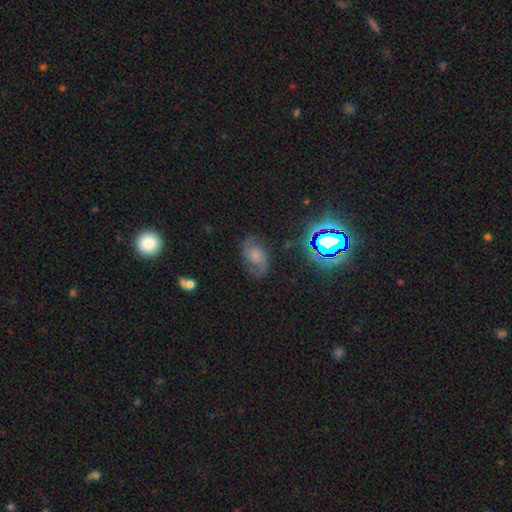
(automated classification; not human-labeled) A featured or disk galaxy (68%) with no bar (60%), 2 (87%) medium (51%) spiral arms (94%) and a moderate central bulge (33%). Merging: none (70%).